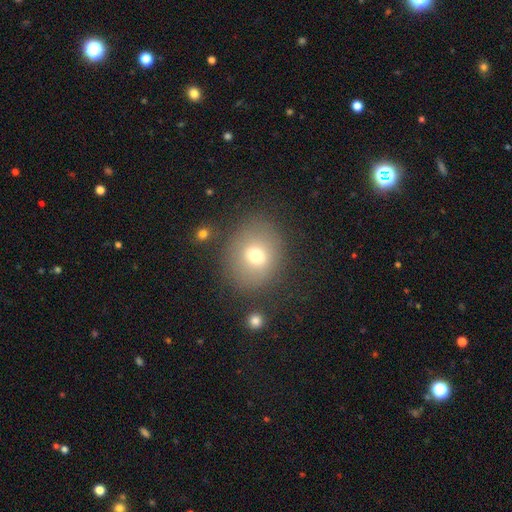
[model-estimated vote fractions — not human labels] Smooth or featured? Predicted: smooth (p=0.70). How rounded? Predicted: round (p=0.68). Merging? Predicted: none (p=0.77).